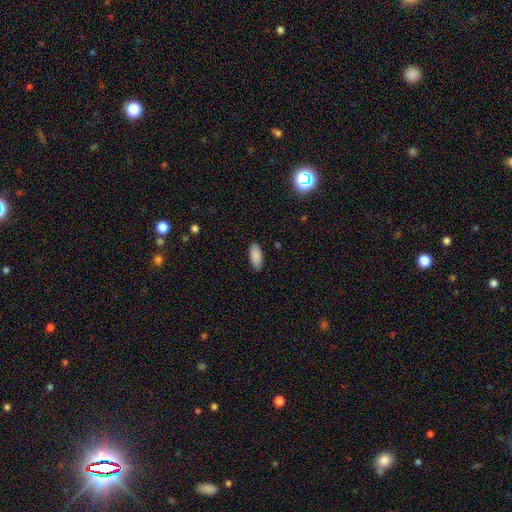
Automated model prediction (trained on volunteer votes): This appears to be a smooth galaxy with no disk features (89%) that is in between round and cigar-shaped (87%). Merging: none (88%).